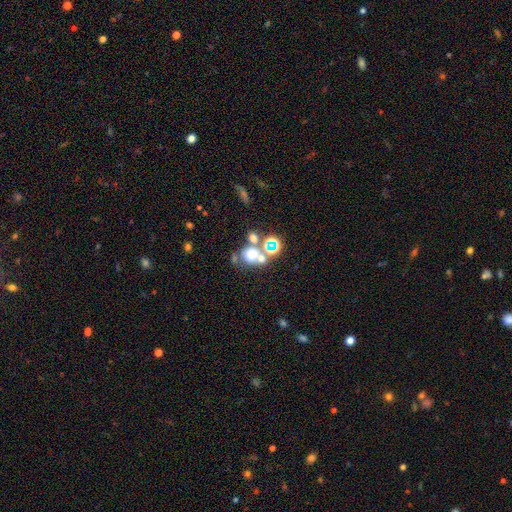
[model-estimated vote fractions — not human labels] smooth-or-featured: smooth: 55% | star or artifact: 25% | featured or disk: 20%
  how-rounded: round: 73% | in between: 26% | cigar-shaped: 1%
  merging: merger: 43% | none: 41% | minor disturbance: 9% | major disturbance: 7%